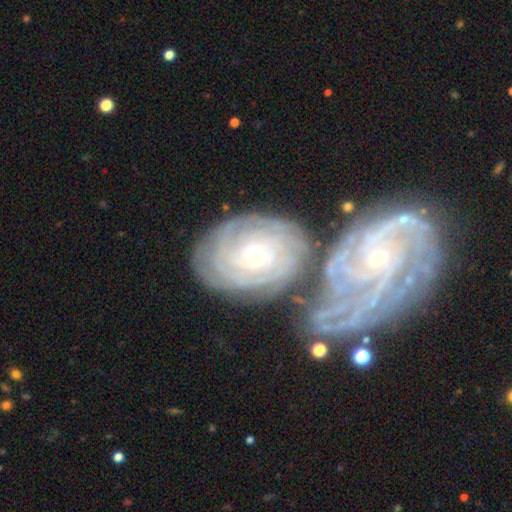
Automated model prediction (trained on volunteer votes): Smooth or featured?
  - featured or disk: 82% *
  - smooth: 12%
  - star or artifact: 6%
Edge-on disk?
  - no: 96% *
  - yes: 4%
Bar?
  - no: 74% *
  - weak: 19%
  - strong: 7%
Spiral arms?
  - yes: 95% *
  - no: 5%
Spiral winding?
  - tight: 85% *
  - medium: 12%
  - loose: 3%
Spiral arm count?
  - can't tell: 33% *
  - 4: 24%
  - 3: 16%
  - more than 4: 13%
  - 2: 9%
  - 1: 6%
Bulge size?
  - small: 65% *
  - moderate: 30%
  - large: 2%
  - none: 1%
  - dominant: 1%
Merging?
  - none: 54% *
  - merger: 26%
  - minor disturbance: 14%
  - major disturbance: 6%